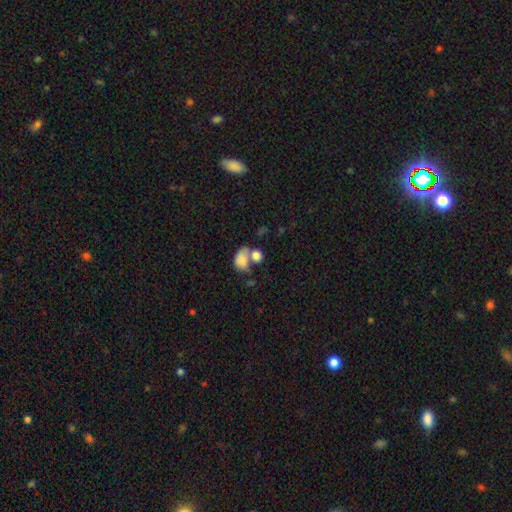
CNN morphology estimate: smooth_or_featured: smooth (p=0.80) [alt: featured or disk p=0.11]
how_rounded: in between (p=0.70) [alt: round p=0.29]
merging: merger (p=0.57) [alt: none p=0.25]